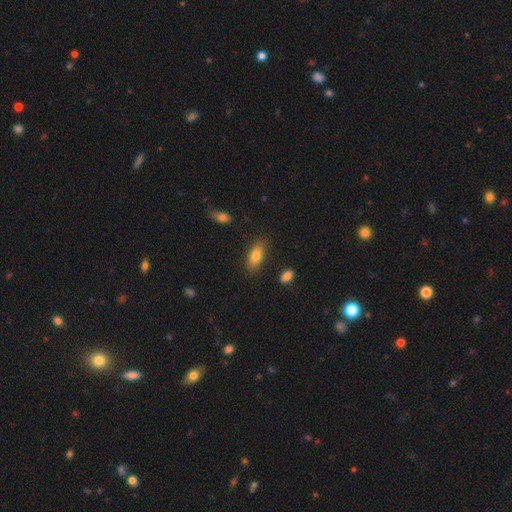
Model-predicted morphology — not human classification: Q: Smooth or featured?
A: smooth (80%); runner-up: featured or disk (13%)
Q: How rounded?
A: in between (86%); runner-up: cigar-shaped (11%)
Q: Merging?
A: none (81%); runner-up: minor disturbance (14%)